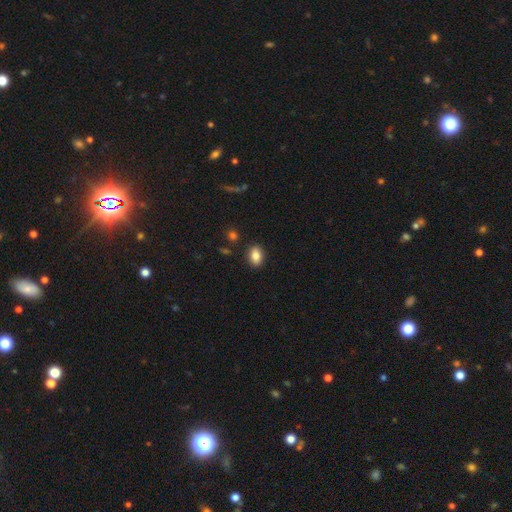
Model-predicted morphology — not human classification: smooth_or_featured: smooth (p=0.84) [alt: star or artifact p=0.08]
how_rounded: in between (p=0.83) [alt: round p=0.15]
merging: none (p=0.87) [alt: minor disturbance p=0.09]